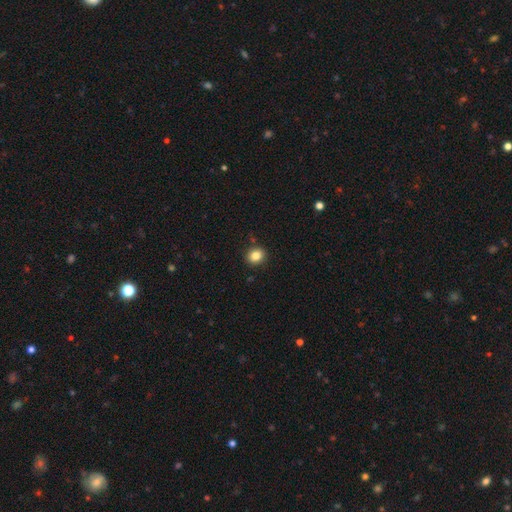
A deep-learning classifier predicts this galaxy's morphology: Smooth or featured? Predicted: smooth (p=0.84). How rounded? Predicted: round (p=0.72). Merging? Predicted: none (p=0.89).